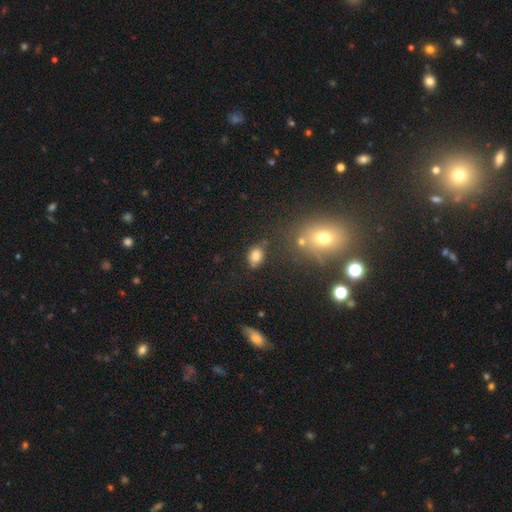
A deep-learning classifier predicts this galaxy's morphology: Smooth or featured: smooth — 79% (star or artifact — 12%)
How rounded: in between — 76% (round — 22%)
Merging: none — 72% (minor disturbance — 18%)